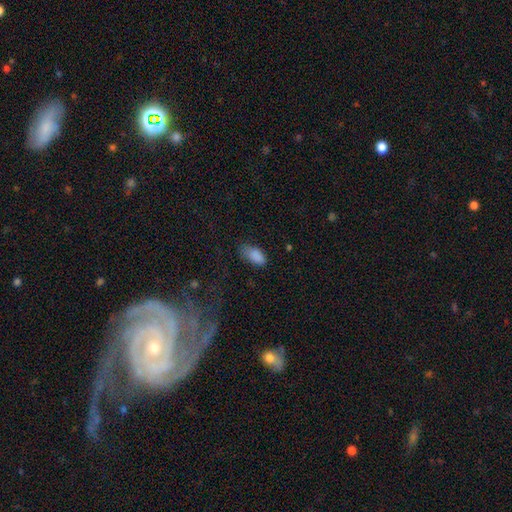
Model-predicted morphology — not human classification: Overall: smooth (86%). How rounded: in between (91%). Merging: none (63%; minor disturbance 27%).